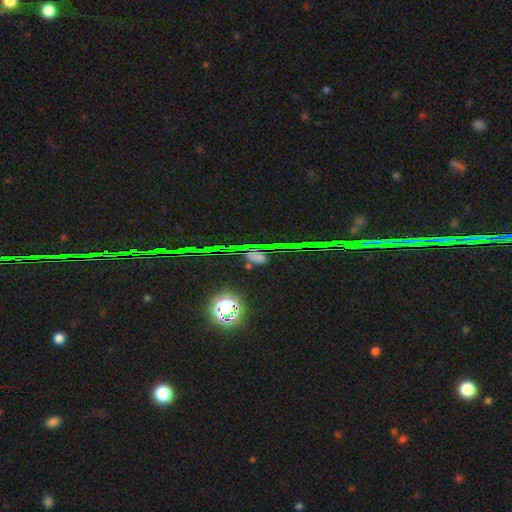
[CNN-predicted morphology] The model was most divided on "smooth or featured": star or artifact: 56%, smooth: 26%, featured or disk: 17%.